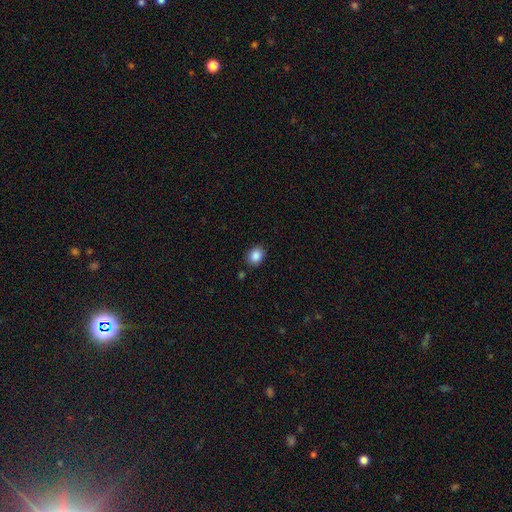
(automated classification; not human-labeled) The model was most divided on "how rounded": round: 50%, in between: 49%, cigar-shaped: 1%. More confident: smooth or featured — smooth (87%); merging — none (86%).